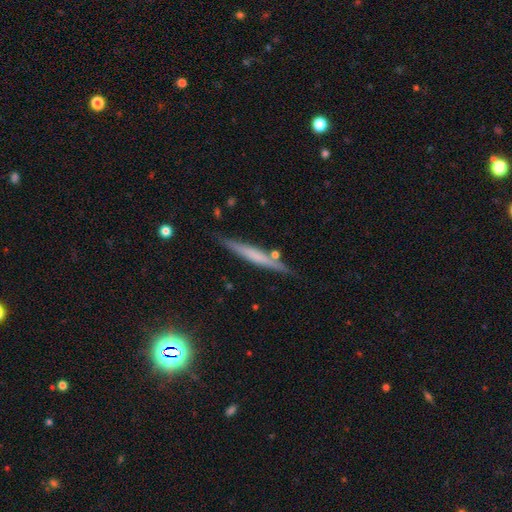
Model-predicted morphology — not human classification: Smooth or featured? smooth (47%)
Merging? none (83%)